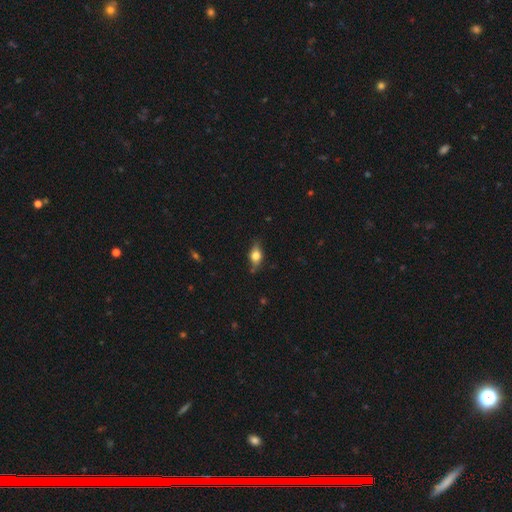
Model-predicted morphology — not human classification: Smooth or featured? Predicted: smooth (p=0.60). How rounded? Predicted: in between (p=0.75). Merging? Predicted: none (p=0.74).